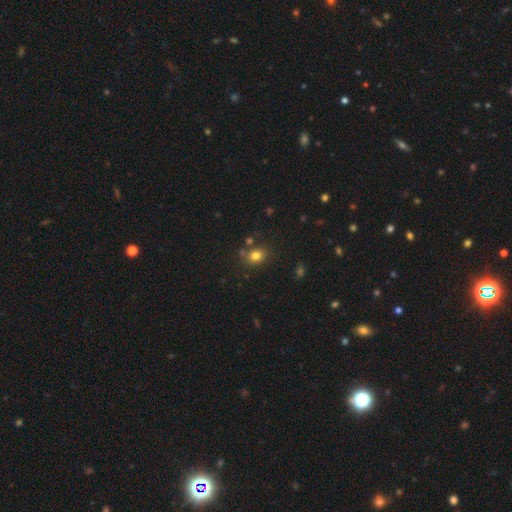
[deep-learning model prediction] smooth-or-featured: smooth: 79% | star or artifact: 13% | featured or disk: 8%
  how-rounded: round: 53% | in between: 46% | cigar-shaped: 1%
  merging: none: 74% | minor disturbance: 12% | merger: 10% | major disturbance: 4%